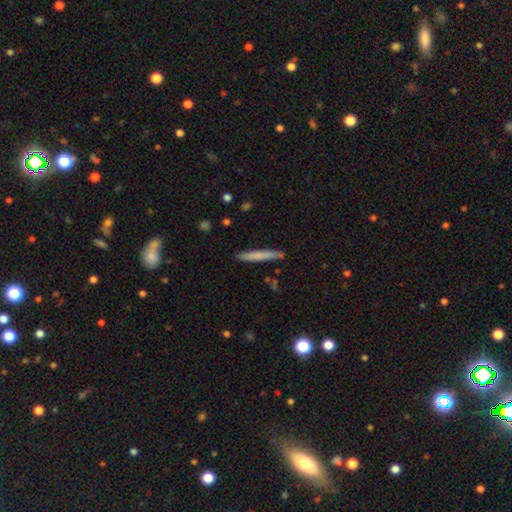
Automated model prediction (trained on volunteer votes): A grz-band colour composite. It shows a smooth galaxy with no disk features (49%). Merging: none (86%).